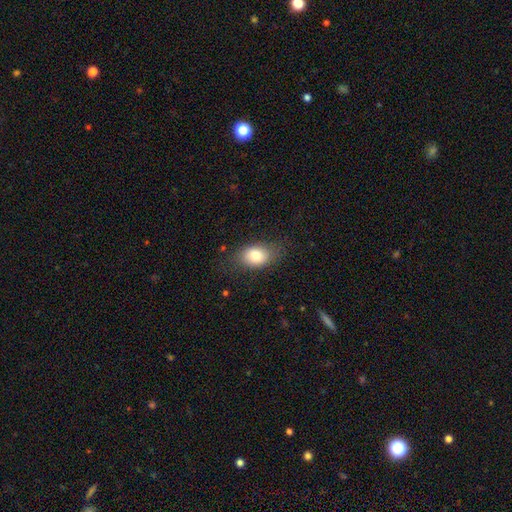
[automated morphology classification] Smooth or featured? smooth (79%)
How rounded? in between (78%)
Merging? none (74%)